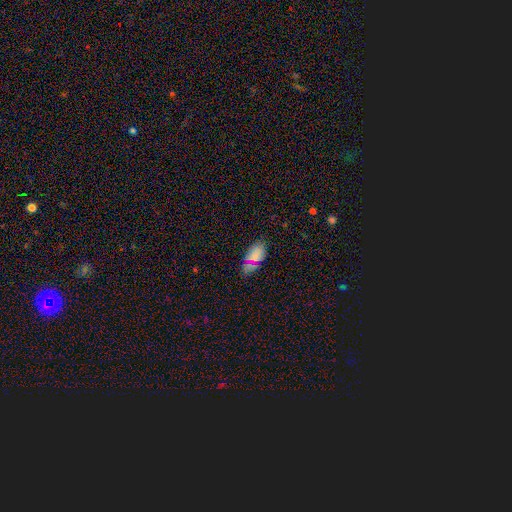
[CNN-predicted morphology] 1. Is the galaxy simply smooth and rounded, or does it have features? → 73% smooth, 20% star or artifact, 7% featured or disk.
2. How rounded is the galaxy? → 93% in between, 4% round, 3% cigar-shaped.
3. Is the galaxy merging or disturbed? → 79% none, 14% minor disturbance, 4% major disturbance, 3% merger.